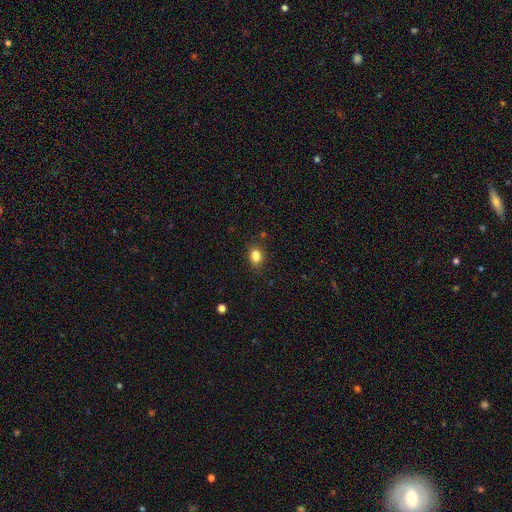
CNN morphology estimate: Smooth or featured? Predicted: smooth (p=0.84). How rounded? Predicted: in between (p=0.64). Merging? Predicted: none (p=0.80).